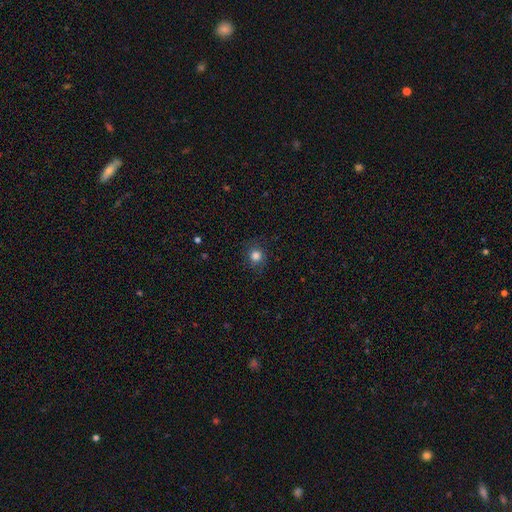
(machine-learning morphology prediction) Smooth or featured?
  - smooth: 82% *
  - star or artifact: 12%
  - featured or disk: 6%
How rounded?
  - round: 86% *
  - in between: 13%
  - cigar-shaped: 1%
Merging?
  - none: 83% *
  - minor disturbance: 12%
  - major disturbance: 4%
  - merger: 1%